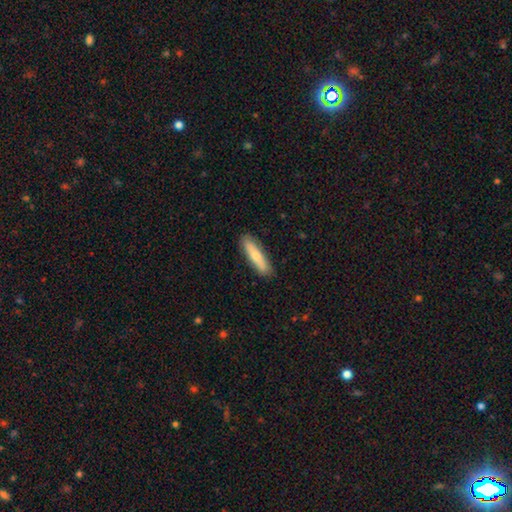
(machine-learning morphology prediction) Smooth or featured?
  - smooth: 67% *
  - featured or disk: 28%
  - star or artifact: 5%
How rounded?
  - cigar-shaped: 74% *
  - in between: 24%
  - round: 2%
Merging?
  - none: 86% *
  - minor disturbance: 10%
  - major disturbance: 2%
  - merger: 1%